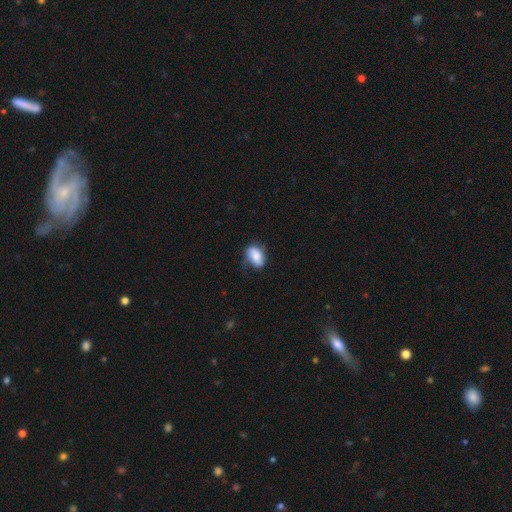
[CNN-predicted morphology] smooth-or-featured: smooth: 74% | featured or disk: 19% | star or artifact: 8%
  how-rounded: in between: 89% | round: 8% | cigar-shaped: 2%
  merging: none: 54% | minor disturbance: 32% | major disturbance: 12% | merger: 2%